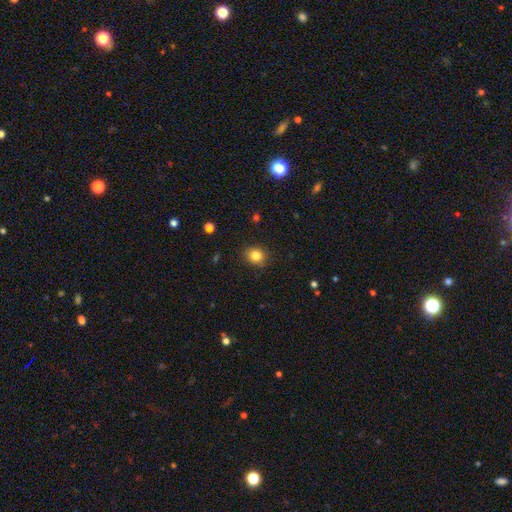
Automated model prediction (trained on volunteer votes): The model was most divided on "how rounded": round: 75%, in between: 24%, cigar-shaped: 1%. More confident: merging — none (86%); smooth or featured — smooth (83%).